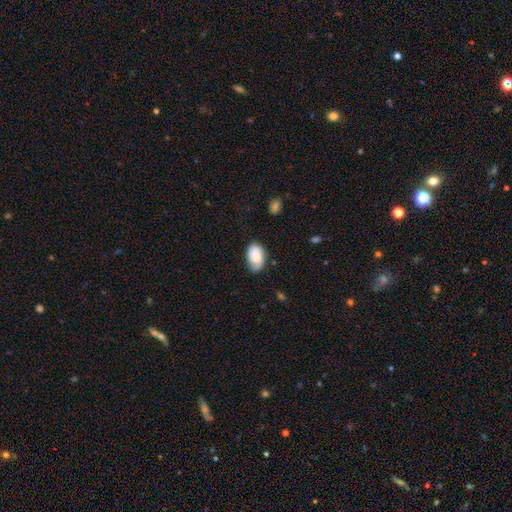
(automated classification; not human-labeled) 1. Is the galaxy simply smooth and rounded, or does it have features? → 62% smooth, 31% featured or disk, 7% star or artifact.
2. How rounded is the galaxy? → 90% in between, 9% round, 1% cigar-shaped.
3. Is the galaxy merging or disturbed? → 65% none, 27% minor disturbance, 6% major disturbance, 2% merger.